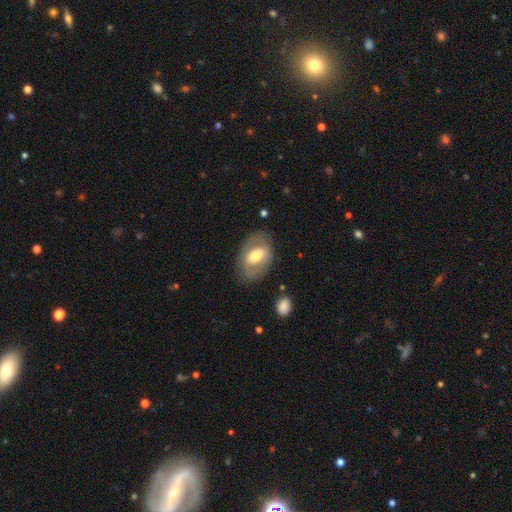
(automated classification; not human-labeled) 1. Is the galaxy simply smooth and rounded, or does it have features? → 48% smooth, 46% featured or disk, 7% star or artifact.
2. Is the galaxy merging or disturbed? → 75% none, 16% minor disturbance, 8% major disturbance, 2% merger.